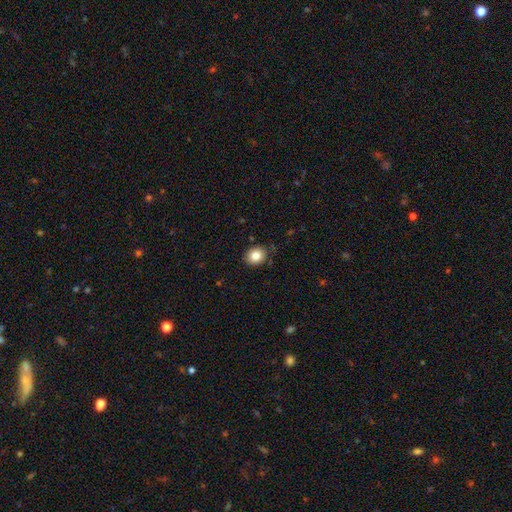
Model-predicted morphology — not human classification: smooth_or_featured: smooth (p=0.83) [alt: star or artifact p=0.10]
how_rounded: round (p=0.65) [alt: in between p=0.34]
merging: none (p=0.86) [alt: minor disturbance p=0.10]